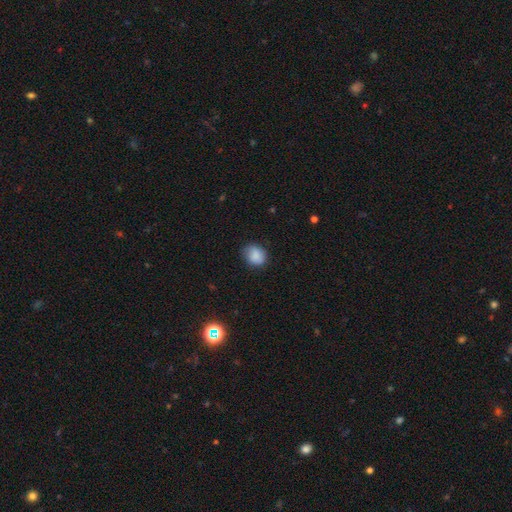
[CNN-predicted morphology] Smooth or featured: smooth — 83% (star or artifact — 9%)
How rounded: round — 58% (in between — 41%)
Merging: none — 71% (minor disturbance — 23%)